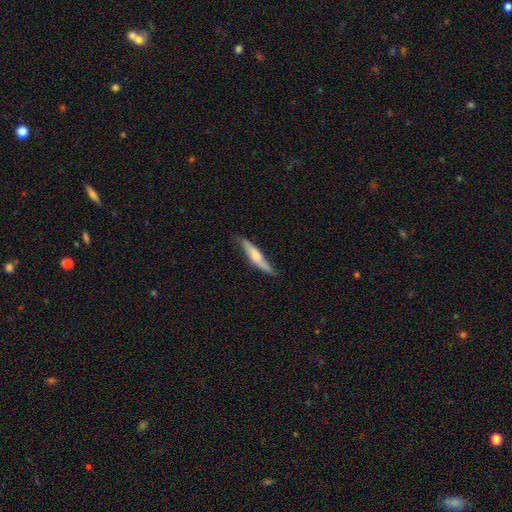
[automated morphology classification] This is possibly a smooth galaxy (52%). How rounded: clearly cigar-shaped (87%). Merging: likely none (71%).